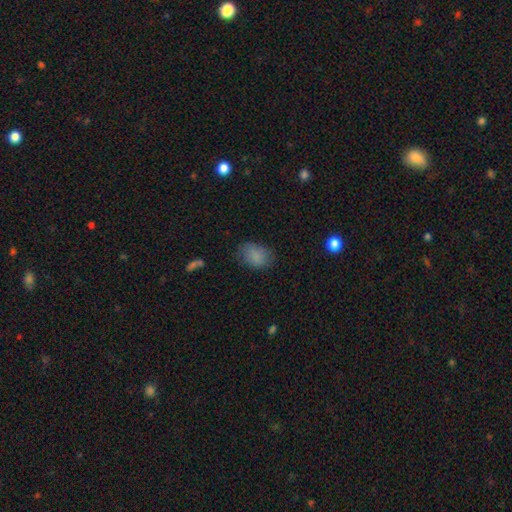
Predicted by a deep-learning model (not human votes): A smooth galaxy with no disk features (85%) that is in between round and cigar-shaped (80%). Merging: none (75%).